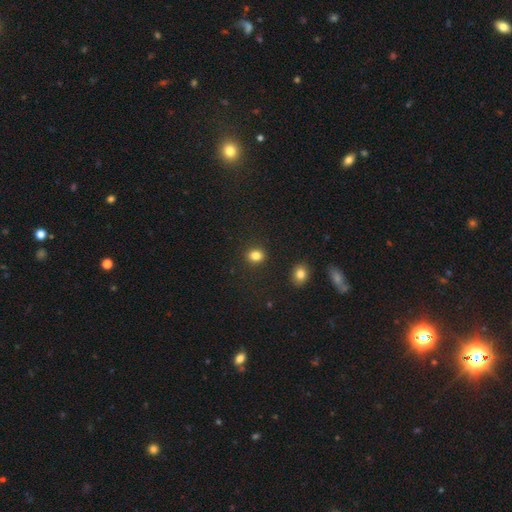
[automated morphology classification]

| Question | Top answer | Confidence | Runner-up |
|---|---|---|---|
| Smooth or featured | smooth | 84% | star or artifact (11%) |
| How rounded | round | 59% | in between (40%) |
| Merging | none | 88% | minor disturbance (8%) |